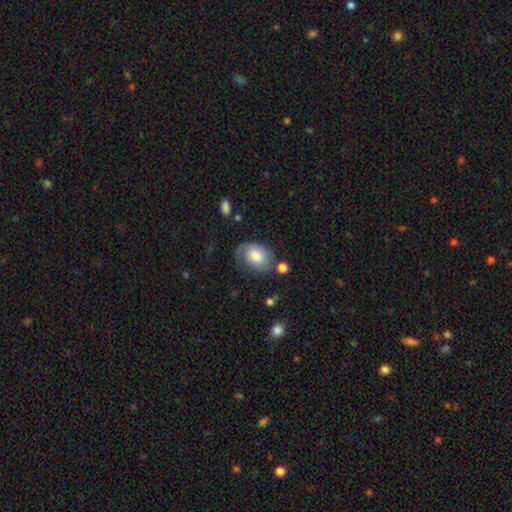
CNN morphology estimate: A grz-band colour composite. It shows a smooth galaxy with no disk features (59%) that is in between round and cigar-shaped (72%). Merging: none (52%).